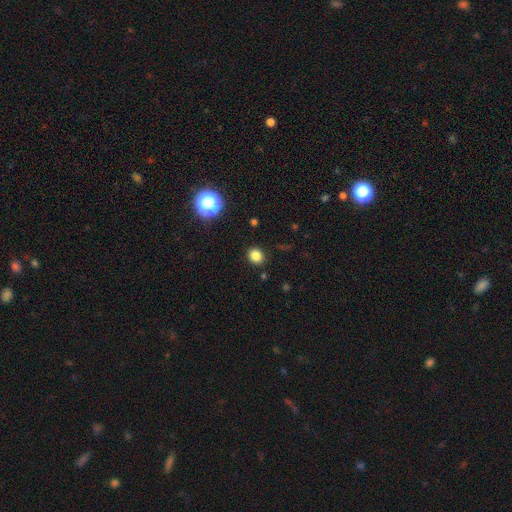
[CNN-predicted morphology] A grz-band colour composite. It shows a smooth galaxy with no disk features (83%) that is round (75%). Merging: none (90%).